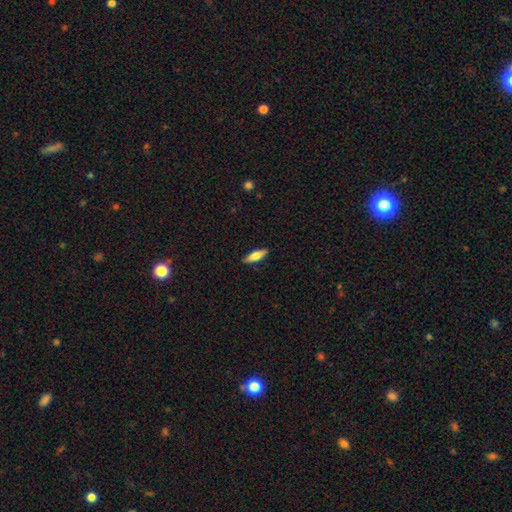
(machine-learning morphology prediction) smooth_or_featured: smooth (p=0.70) [alt: featured or disk p=0.24]
how_rounded: cigar-shaped (p=0.50) [alt: in between p=0.48]
merging: none (p=0.89) [alt: minor disturbance p=0.08]